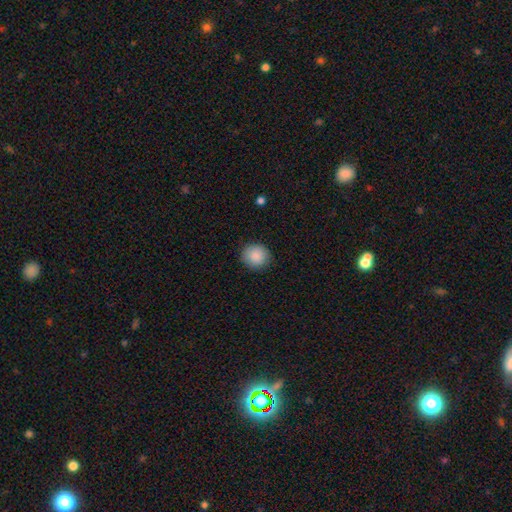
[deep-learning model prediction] This appears to be a smooth galaxy with no disk features (88%) that is round (88%). Merging: none (88%).